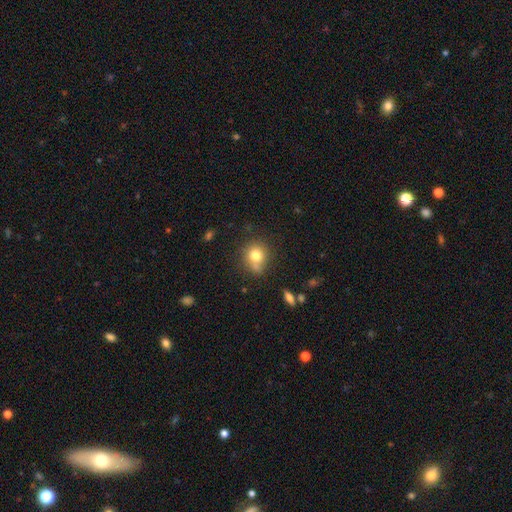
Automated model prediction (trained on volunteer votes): The model was most divided on "merging": none: 62%, minor disturbance: 20%, merger: 12%, major disturbance: 6%. More confident: how rounded — round (82%); smooth or featured — smooth (77%).